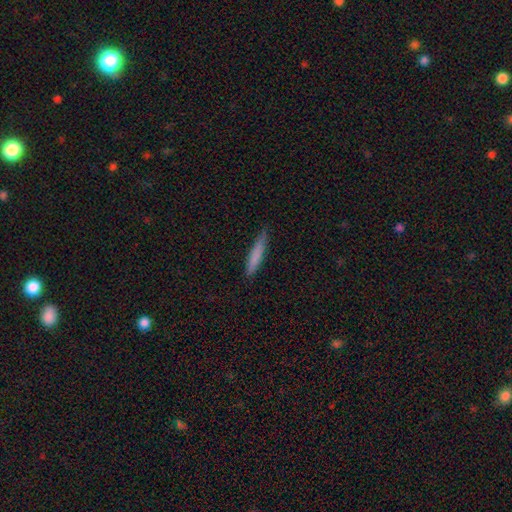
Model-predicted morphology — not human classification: This appears to be a smooth galaxy with no disk features (77%) that is cigar-shaped (92%). Merging: none (80%).